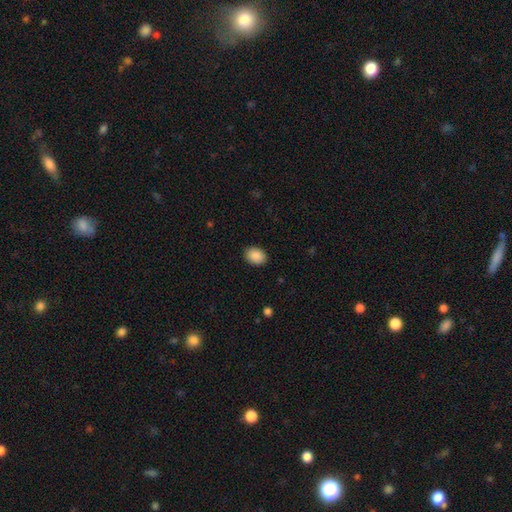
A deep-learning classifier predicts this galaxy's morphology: type=smooth (90%); roundness=in between (69%); merging=none (89%).